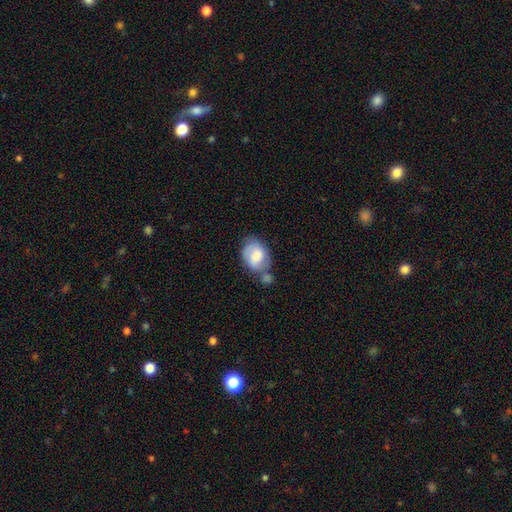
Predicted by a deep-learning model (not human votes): Smooth or featured? smooth (63%)
How rounded? in between (72%)
Merging? none (39%)